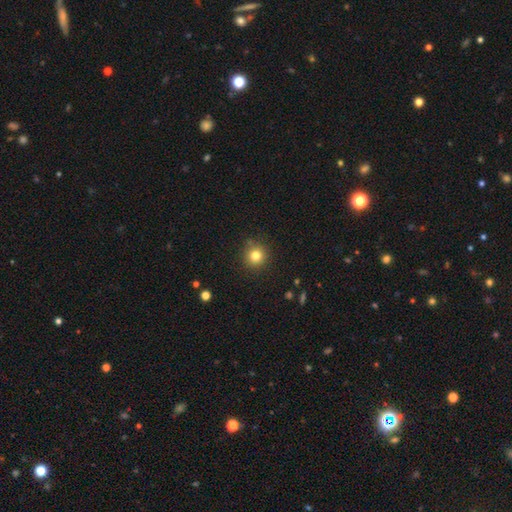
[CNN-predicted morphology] type=smooth (80%); roundness=round (93%); merging=none (89%).